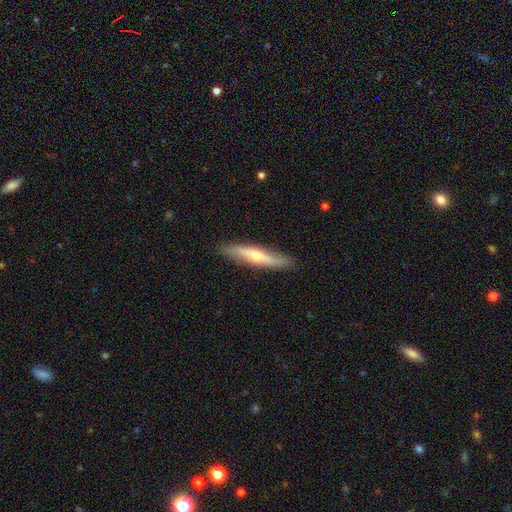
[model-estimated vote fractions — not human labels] Smooth or featured? Predicted: featured or disk (p=0.58). Edge-on disk? Predicted: yes (p=0.83). Merging? Predicted: none (p=0.87).